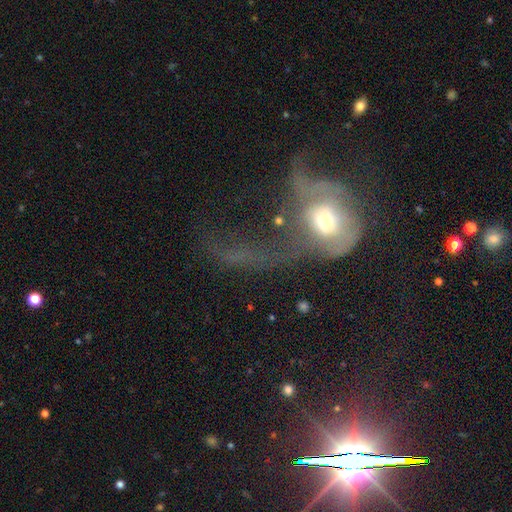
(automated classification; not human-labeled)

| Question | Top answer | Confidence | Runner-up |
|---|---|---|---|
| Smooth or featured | featured or disk | 55% | smooth (27%) |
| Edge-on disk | no | 93% | yes (7%) |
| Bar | no | 76% | weak (18%) |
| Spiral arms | yes | 52% | no (48%) |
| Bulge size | moderate | 60% | large (21%) |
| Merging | major disturbance | 65% | none (13%) |